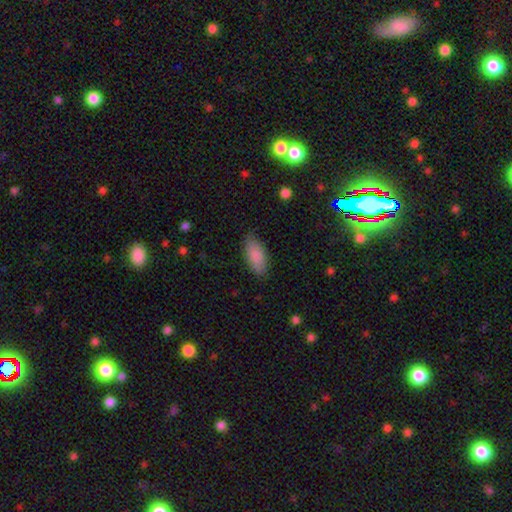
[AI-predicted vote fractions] This appears to be a smooth galaxy with no disk features (87%) that is in between round and cigar-shaped (87%). Merging: none (80%).